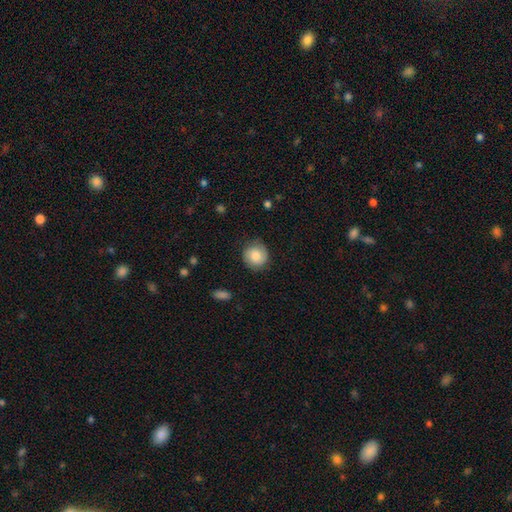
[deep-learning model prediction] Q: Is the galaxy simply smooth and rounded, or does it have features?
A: smooth — 66%.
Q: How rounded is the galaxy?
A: round — 86%.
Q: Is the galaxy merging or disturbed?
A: none — 79%.